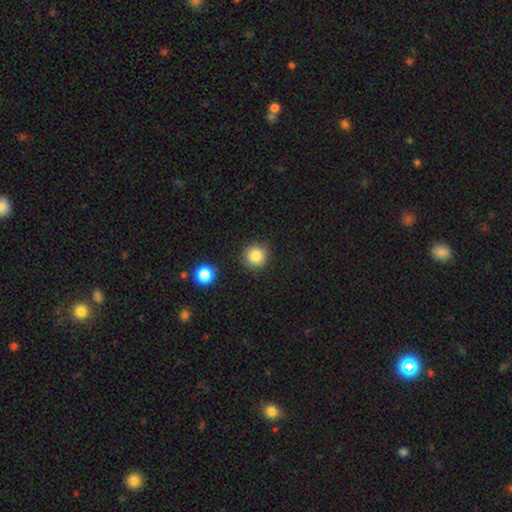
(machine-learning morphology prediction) This is clearly a smooth galaxy (84%). How rounded: clearly round (95%). Merging: clearly none (88%).